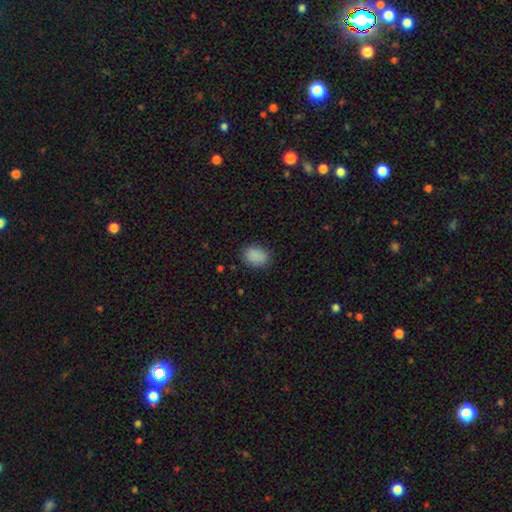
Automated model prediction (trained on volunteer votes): Smooth or featured? Predicted: smooth (p=0.88). How rounded? Predicted: in between (p=0.74). Merging? Predicted: none (p=0.84).